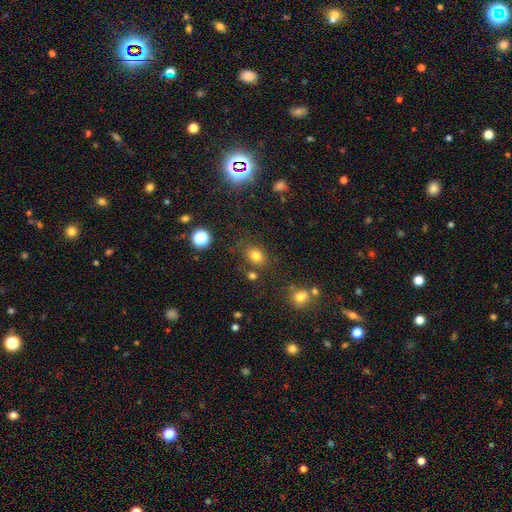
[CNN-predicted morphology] Q: Smooth or featured?
A: smooth (78%); runner-up: star or artifact (15%)
Q: How rounded?
A: in between (53%); runner-up: round (45%)
Q: Merging?
A: none (76%); runner-up: minor disturbance (14%)